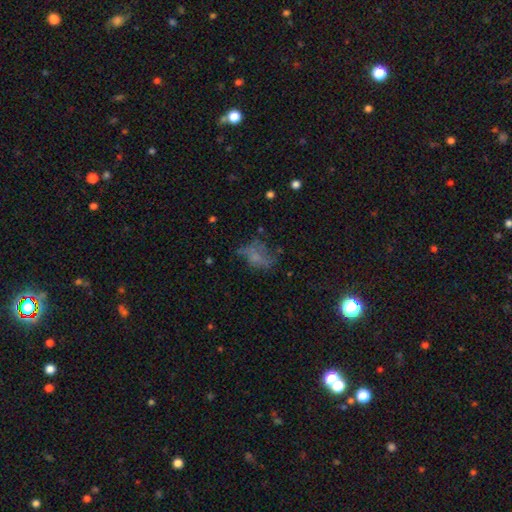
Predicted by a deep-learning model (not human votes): smooth 43%, featured or disk 36%, star or artifact 21%. Down the decision tree: merging — none (40%).